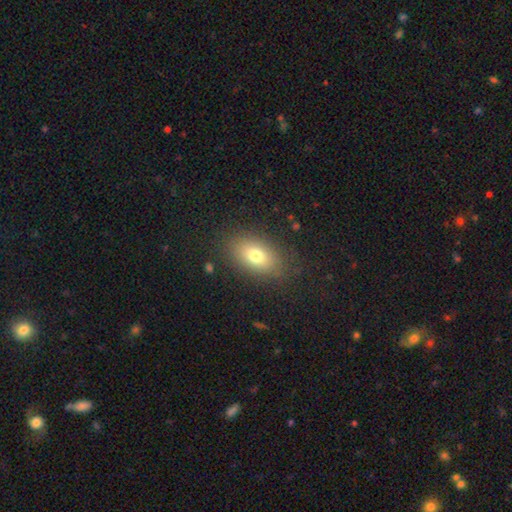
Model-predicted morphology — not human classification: type=smooth (76%); roundness=in between (87%); merging=none (83%).